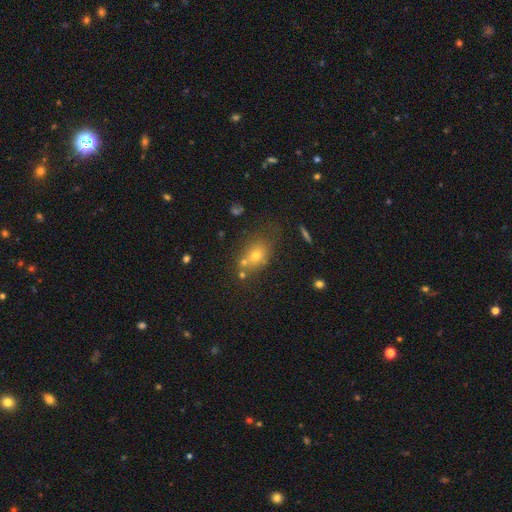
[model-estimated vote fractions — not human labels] smooth-or-featured: smooth: 64% | star or artifact: 18% | featured or disk: 18%
  how-rounded: in between: 59% | round: 39% | cigar-shaped: 2%
  merging: none: 55% | merger: 22% | minor disturbance: 16% | major disturbance: 7%